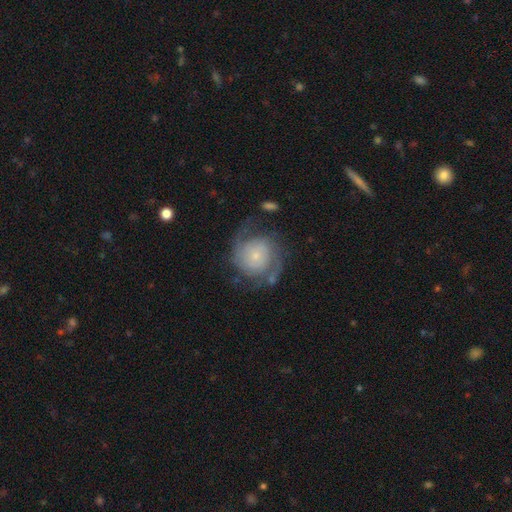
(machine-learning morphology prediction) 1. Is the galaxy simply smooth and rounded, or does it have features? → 80% featured or disk, 13% smooth, 6% star or artifact.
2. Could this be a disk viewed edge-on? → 98% no, 2% yes.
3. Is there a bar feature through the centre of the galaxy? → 76% no, 20% weak, 5% strong.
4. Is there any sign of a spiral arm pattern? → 95% yes, 5% no.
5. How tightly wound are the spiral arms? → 41% medium, 40% tight, 19% loose.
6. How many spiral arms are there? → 80% 2, 8% can't tell, 5% 3, 3% 1, 2% 4, 2% more than 4.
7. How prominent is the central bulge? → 74% small, 15% moderate, 5% none, 4% large, 2% dominant.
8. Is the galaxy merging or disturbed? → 67% none, 17% minor disturbance, 13% major disturbance, 3% merger.